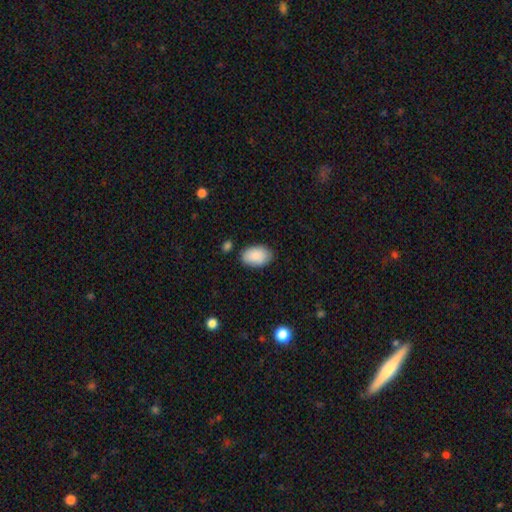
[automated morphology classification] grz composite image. It shows a smooth galaxy with no disk features (89%) that is in between round and cigar-shaped (92%). Merging: none (82%).